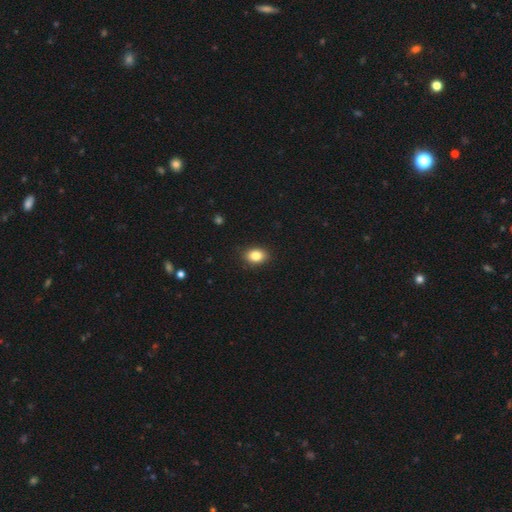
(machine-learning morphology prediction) Smooth or featured? smooth (84%)
How rounded? in between (72%)
Merging? none (89%)